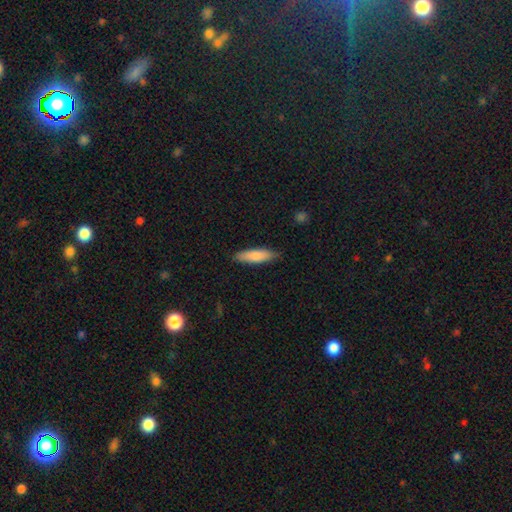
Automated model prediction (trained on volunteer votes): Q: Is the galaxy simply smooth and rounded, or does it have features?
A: smooth — 81%.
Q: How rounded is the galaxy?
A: cigar-shaped — 63%.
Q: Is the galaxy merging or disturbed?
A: none — 85%.